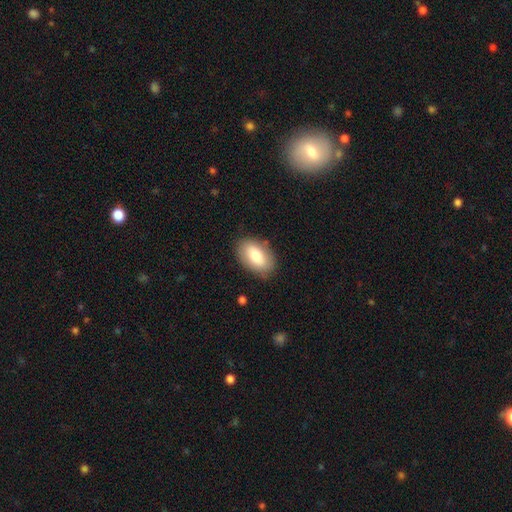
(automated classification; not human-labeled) smooth_or_featured: smooth (p=0.80) [alt: featured or disk p=0.14]
how_rounded: in between (p=0.93) [alt: round p=0.06]
merging: none (p=0.82) [alt: minor disturbance p=0.13]